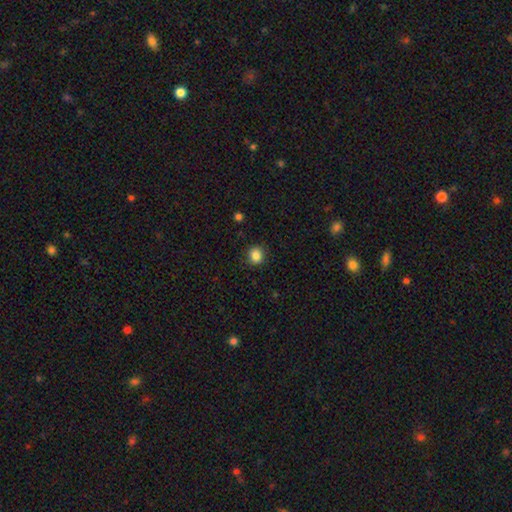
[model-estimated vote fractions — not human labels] Smooth or featured: smooth — 87% (star or artifact — 10%)
How rounded: round — 80% (in between — 19%)
Merging: none — 88% (minor disturbance — 8%)